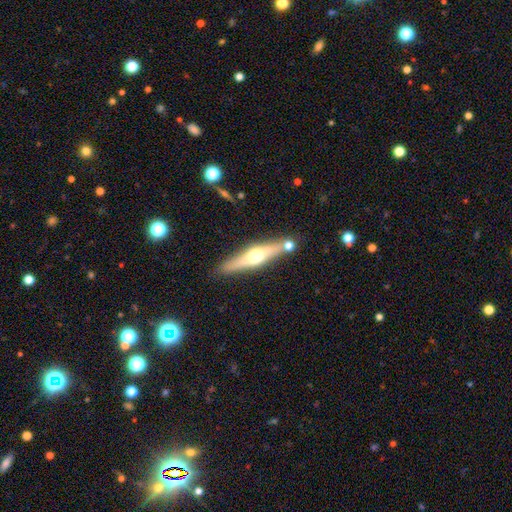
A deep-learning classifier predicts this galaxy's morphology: Smooth or featured: featured or disk — 57% (smooth — 37%)
Edge-on disk: yes — 92% (no — 8%)
Edge-on bulge: rounded — 92% (none — 5%)
Merging: none — 78% (minor disturbance — 11%)